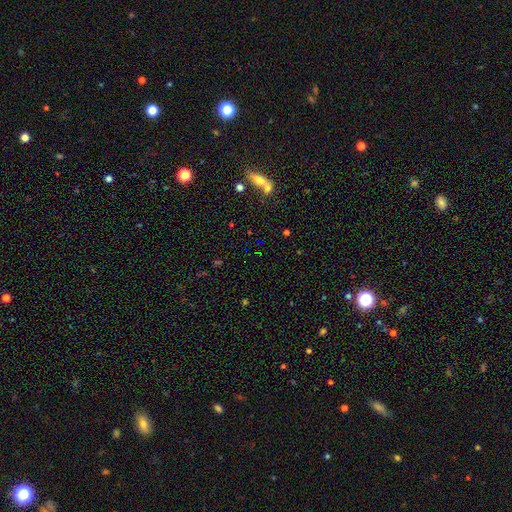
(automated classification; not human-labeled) Morphology: type=star or artifact (60%).